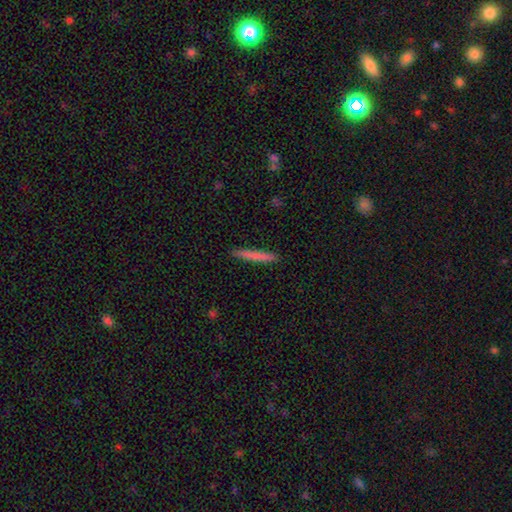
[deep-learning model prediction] Smooth or featured?
  - smooth: 76% *
  - featured or disk: 18%
  - star or artifact: 6%
How rounded?
  - cigar-shaped: 96% *
  - in between: 3%
  - round: 1%
Merging?
  - none: 90% *
  - minor disturbance: 7%
  - major disturbance: 1%
  - merger: 1%